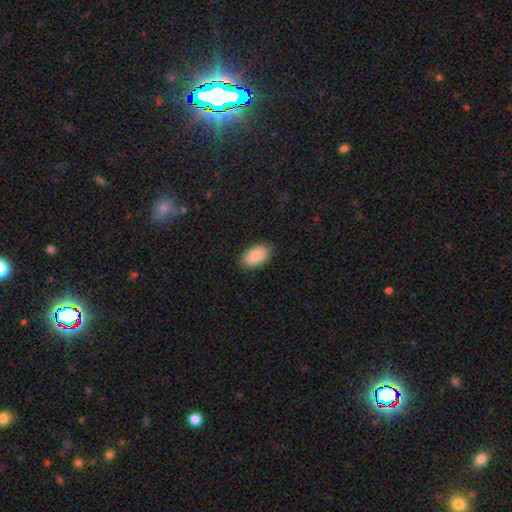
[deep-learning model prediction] This appears to be a smooth galaxy with no disk features (85%) that is in between round and cigar-shaped (94%). Merging: none (87%).